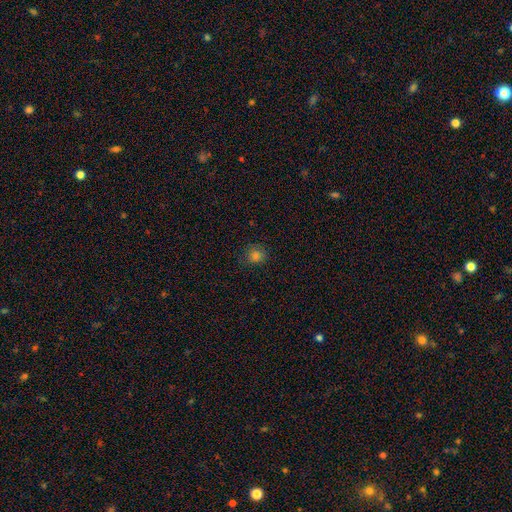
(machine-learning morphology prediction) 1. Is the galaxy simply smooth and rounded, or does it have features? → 78% smooth, 16% star or artifact, 6% featured or disk.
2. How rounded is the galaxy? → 87% round, 12% in between, 1% cigar-shaped.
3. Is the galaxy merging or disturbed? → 82% none, 13% minor disturbance, 3% major disturbance, 1% merger.